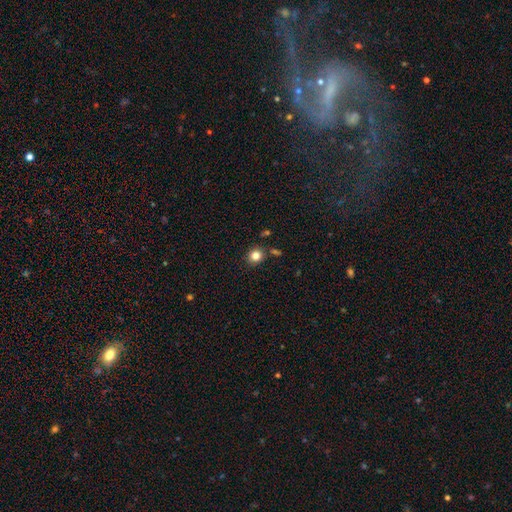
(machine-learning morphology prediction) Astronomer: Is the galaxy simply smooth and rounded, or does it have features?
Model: smooth — 83%.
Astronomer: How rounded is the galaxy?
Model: round — 82%.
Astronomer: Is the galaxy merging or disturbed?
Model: none — 83%.